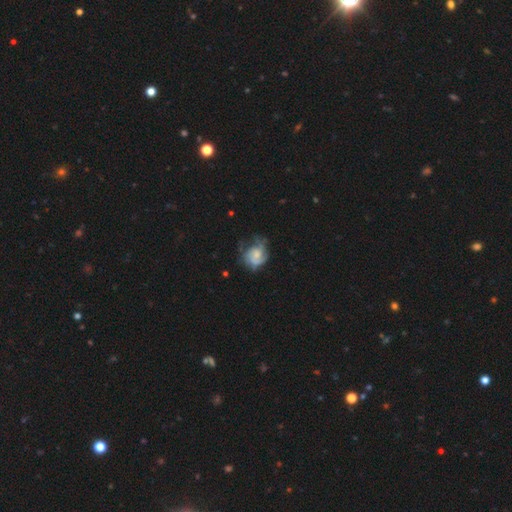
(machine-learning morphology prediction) Smooth or featured?
  - featured or disk: 59% *
  - smooth: 33%
  - star or artifact: 8%
Edge-on disk?
  - no: 98% *
  - yes: 2%
Bar?
  - no: 73% *
  - weak: 24%
  - strong: 4%
Spiral arms?
  - yes: 77% *
  - no: 23%
Bulge size?
  - moderate: 39% *
  - small: 35%
  - none: 15%
  - large: 10%
  - dominant: 2%
Merging?
  - none: 46% *
  - minor disturbance: 27%
  - major disturbance: 24%
  - merger: 2%